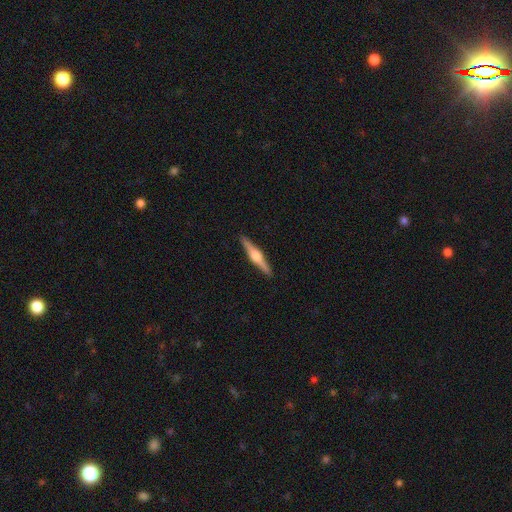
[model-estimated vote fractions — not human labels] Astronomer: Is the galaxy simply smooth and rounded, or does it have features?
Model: featured or disk — 74%.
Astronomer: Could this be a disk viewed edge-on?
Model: yes — 98%.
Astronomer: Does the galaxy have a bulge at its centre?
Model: rounded — 87%.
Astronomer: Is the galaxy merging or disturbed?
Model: none — 92%.